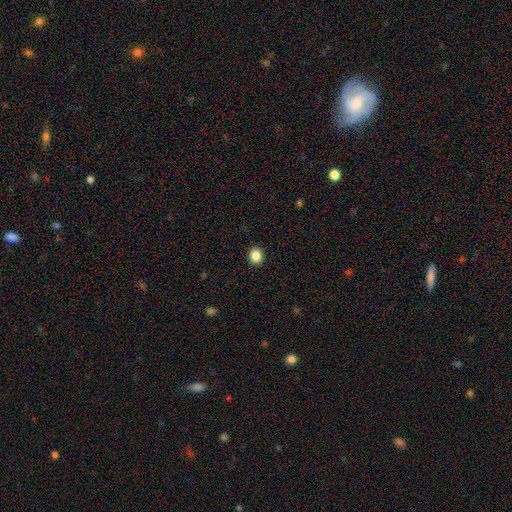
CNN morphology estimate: type=smooth (86%); roundness=round (54%); merging=none (91%).